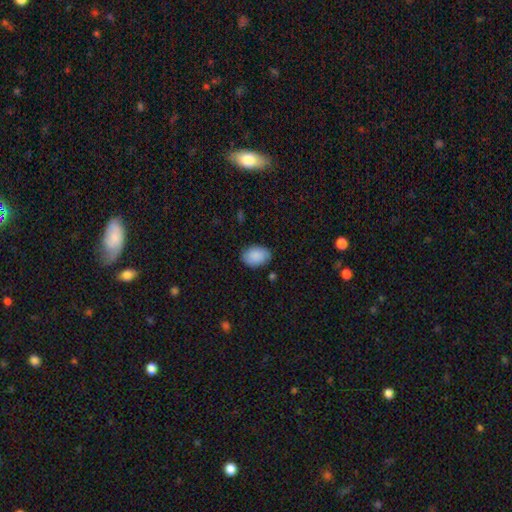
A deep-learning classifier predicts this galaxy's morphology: Smooth or featured?
  - smooth: 90% *
  - star or artifact: 6%
  - featured or disk: 4%
How rounded?
  - in between: 87% *
  - round: 12%
  - cigar-shaped: 1%
Merging?
  - none: 83% *
  - minor disturbance: 13%
  - major disturbance: 3%
  - merger: 2%